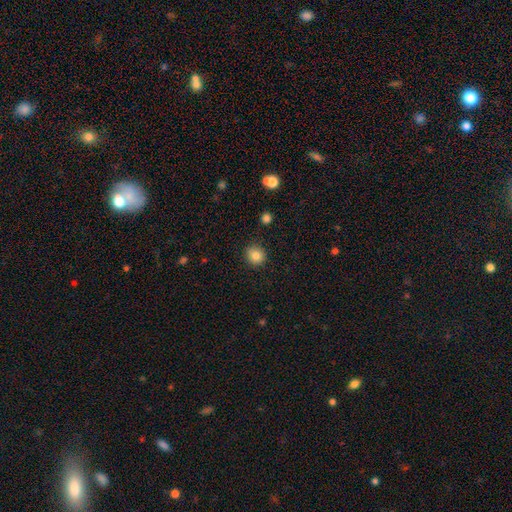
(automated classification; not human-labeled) A smooth galaxy with no disk features (83%) that is round (89%). Merging: none (88%).